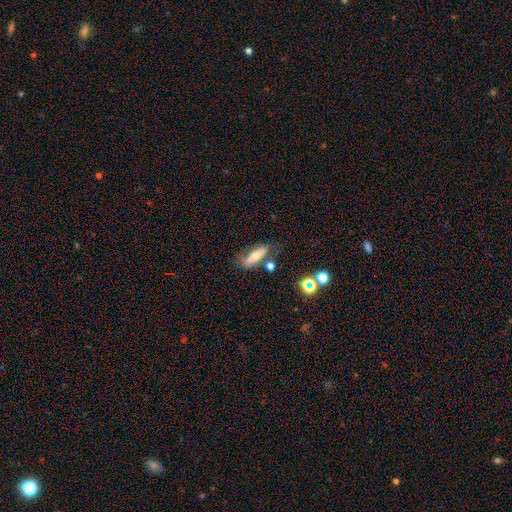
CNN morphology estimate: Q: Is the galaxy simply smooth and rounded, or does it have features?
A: smooth — 50%.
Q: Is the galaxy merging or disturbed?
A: none — 64%.